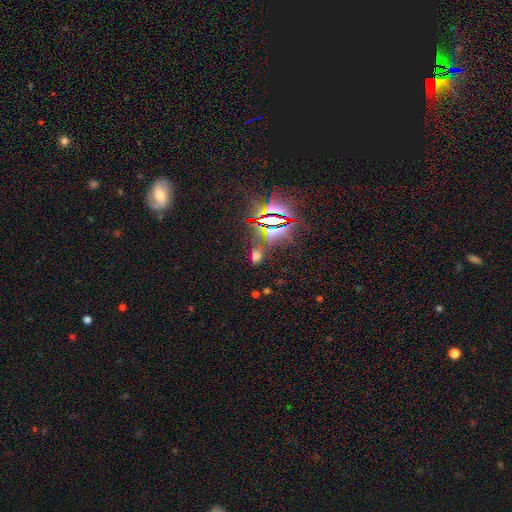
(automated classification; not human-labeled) Morphology: type=star or artifact (52%).